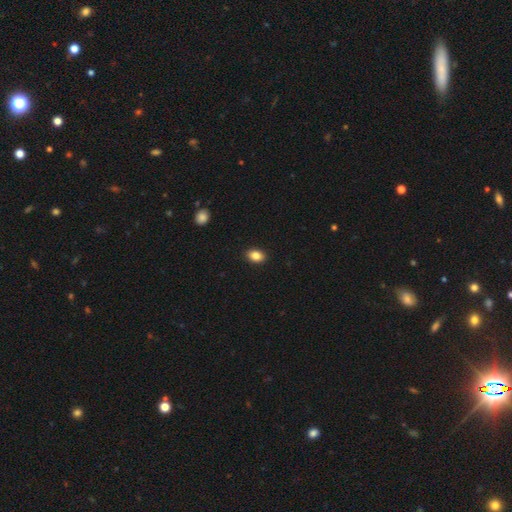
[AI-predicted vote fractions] A smooth galaxy with no disk features (85%) that is in between round and cigar-shaped (78%).

Vote fractions:
- Smooth or featured? smooth: 85% / star or artifact: 9% / featured or disk: 5%
- How rounded? in between: 78% / round: 21% / cigar-shaped: 1%
- Merging? none: 90% / minor disturbance: 7% / major disturbance: 2% / merger: 1%